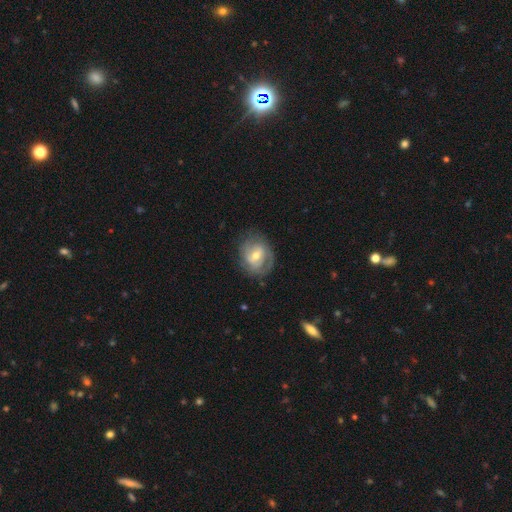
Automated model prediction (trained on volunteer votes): A featured or disk galaxy (66%) with a weak bar (46%), spiral arms (73%) and a moderate central bulge (63%).

Vote fractions:
- Smooth or featured? featured or disk: 66% / smooth: 28% / star or artifact: 6%
- Edge-on disk? no: 96% / yes: 4%
- Bar? weak: 46% / no: 35% / strong: 19%
- Spiral arms? yes: 73% / no: 27%
- Bulge size? moderate: 63% / small: 31% / large: 4% / none: 1% / dominant: 1%
- Merging? none: 69% / minor disturbance: 20% / major disturbance: 9% / merger: 1%